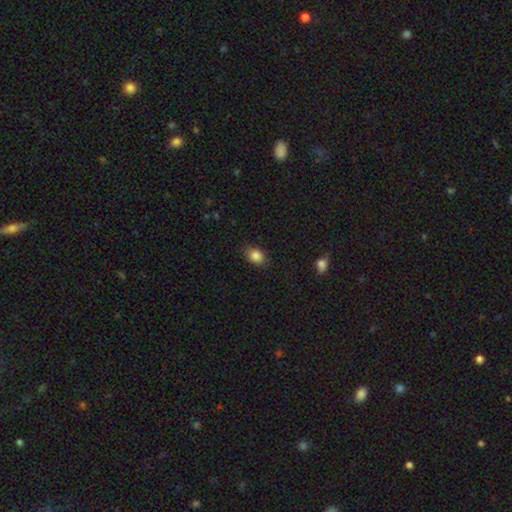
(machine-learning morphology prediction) A smooth galaxy with no disk features (86%) that is in between round and cigar-shaped (67%).

Vote fractions:
- Smooth or featured? smooth: 86% / star or artifact: 9% / featured or disk: 5%
- How rounded? in between: 67% / round: 32% / cigar-shaped: 1%
- Merging? none: 82% / minor disturbance: 13% / major disturbance: 3% / merger: 1%